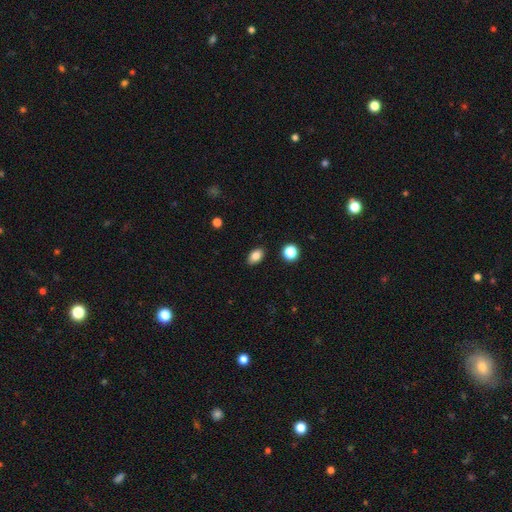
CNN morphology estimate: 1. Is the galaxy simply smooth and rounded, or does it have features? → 83% smooth, 9% star or artifact, 7% featured or disk.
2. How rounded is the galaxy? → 86% in between, 12% round, 2% cigar-shaped.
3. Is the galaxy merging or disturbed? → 88% none, 8% minor disturbance, 2% major disturbance, 2% merger.